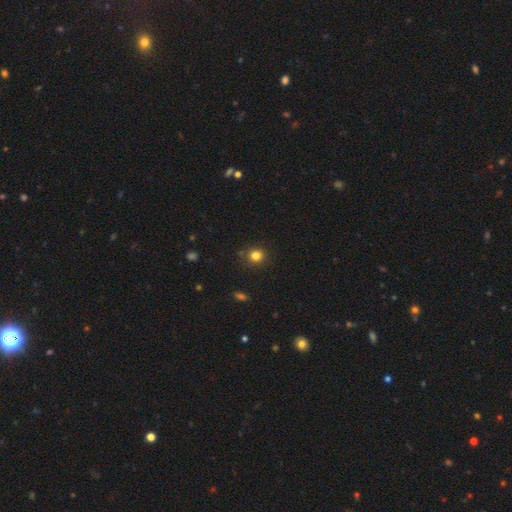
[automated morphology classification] smooth-or-featured: smooth: 81% | star or artifact: 14% | featured or disk: 5%
  how-rounded: round: 88% | in between: 11% | cigar-shaped: 1%
  merging: none: 86% | minor disturbance: 9% | merger: 3% | major disturbance: 2%